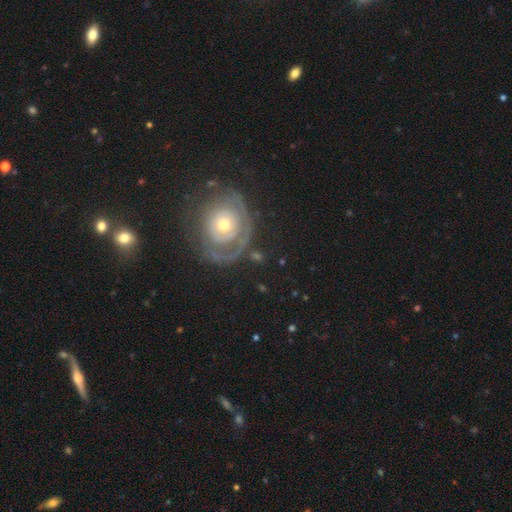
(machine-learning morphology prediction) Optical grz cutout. It shows a featured or disk galaxy (70%) with no bar (86%), spiral arms (60%) and a moderate central bulge (47%). Merging: none (64%).